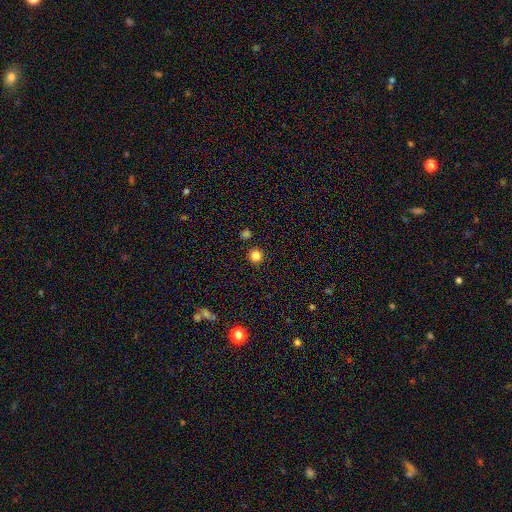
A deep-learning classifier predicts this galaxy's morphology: Smooth or featured? Predicted: smooth (p=0.83). How rounded? Predicted: round (p=0.94). Merging? Predicted: none (p=0.91).